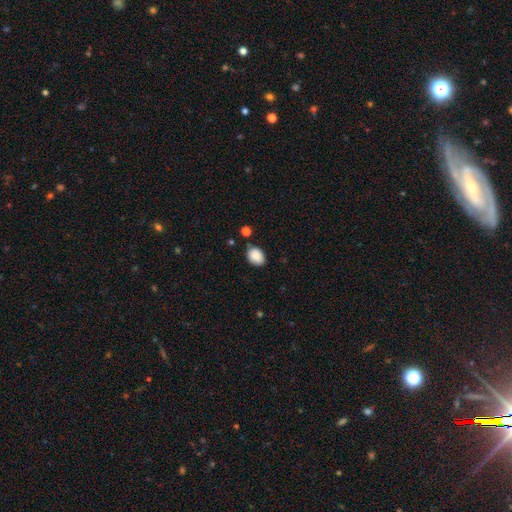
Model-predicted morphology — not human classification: A smooth galaxy with no disk features (88%) that is in between round and cigar-shaped (75%). Merging: none (78%).